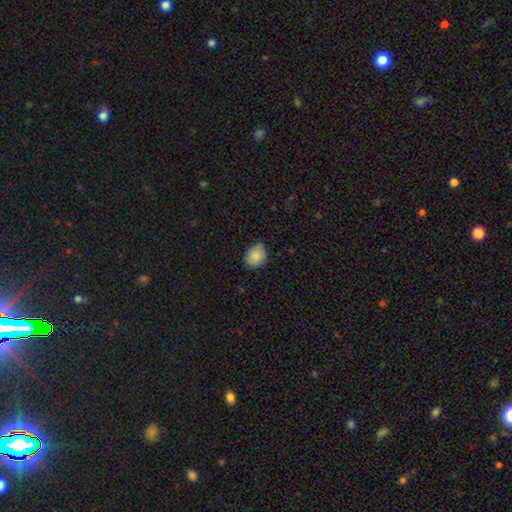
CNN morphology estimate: This appears to be a smooth galaxy with no disk features (88%) that is in between round and cigar-shaped (58%). Merging: none (81%).